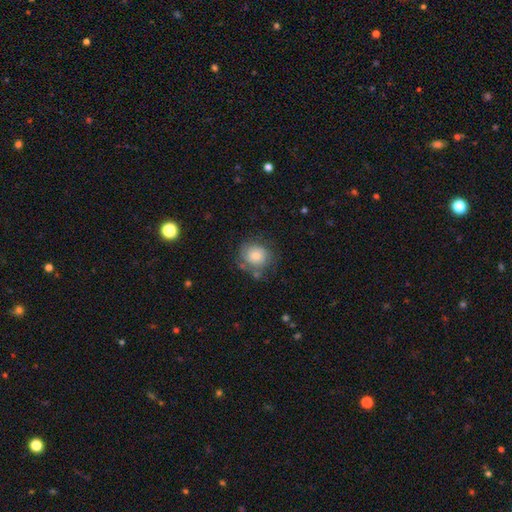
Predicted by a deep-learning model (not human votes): Overall: smooth (67%). How rounded: round (79%). Merging: none (64%).